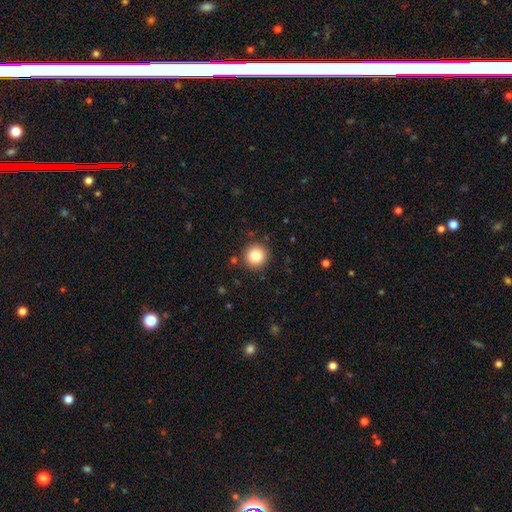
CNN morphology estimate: This appears to be a smooth galaxy with no disk features (82%) that is round (95%). Merging: none (90%).